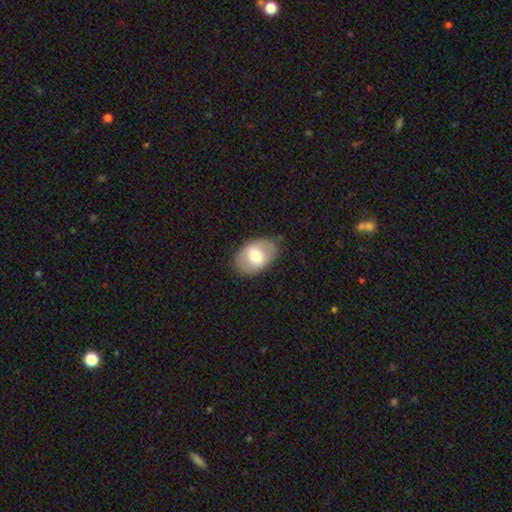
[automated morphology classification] This appears to be a smooth galaxy with no disk features (61%) that is in between round and cigar-shaped (85%). Merging: none (81%).